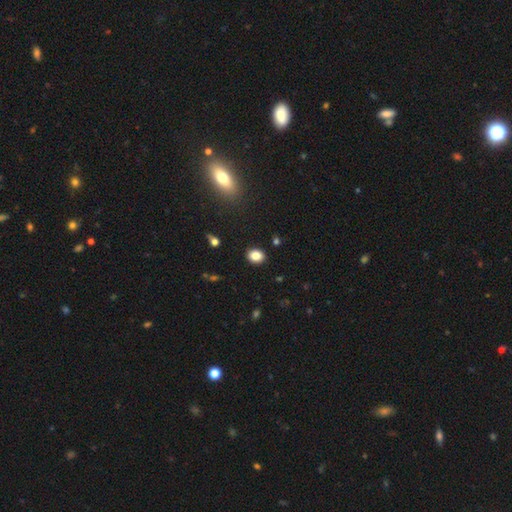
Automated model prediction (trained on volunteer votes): A smooth galaxy with no disk features (84%) that is in between round and cigar-shaped (51%).

Vote fractions:
- Smooth or featured? smooth: 84% / star or artifact: 10% / featured or disk: 5%
- How rounded? in between: 51% / round: 48% / cigar-shaped: 1%
- Merging? none: 90% / minor disturbance: 7% / major disturbance: 2% / merger: 1%